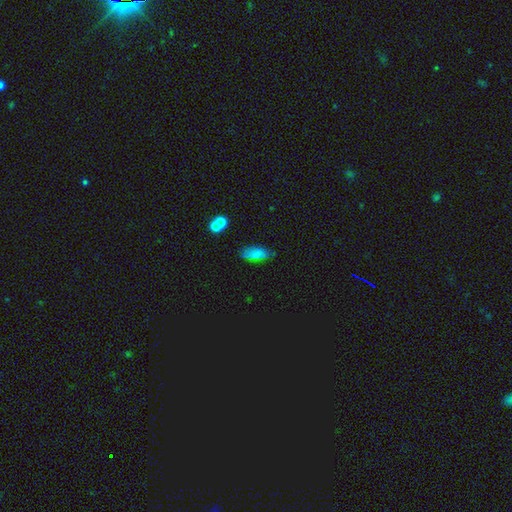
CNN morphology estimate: This appears to be a smooth galaxy with no disk features (76%) that is in between round and cigar-shaped (78%). Merging: none (67%).